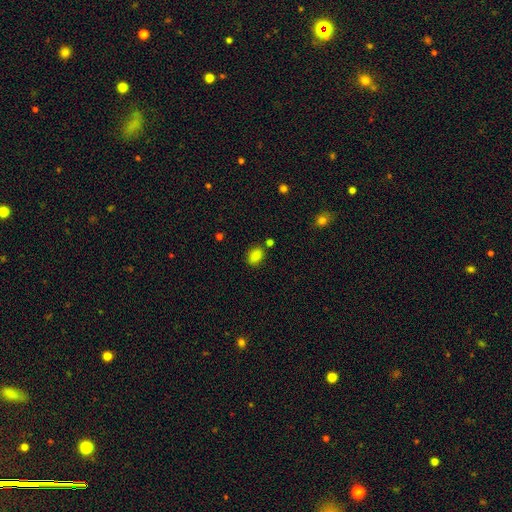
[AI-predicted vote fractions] Morphology: type=smooth (84%); roundness=in between (72%); merging=none (79%).